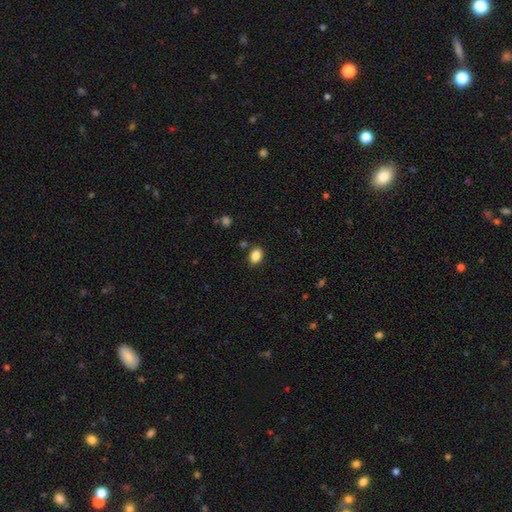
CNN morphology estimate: smooth-or-featured: smooth: 86% | star or artifact: 10% | featured or disk: 5%
  how-rounded: in between: 77% | round: 22% | cigar-shaped: 1%
  merging: none: 85% | minor disturbance: 10% | merger: 3% | major disturbance: 2%